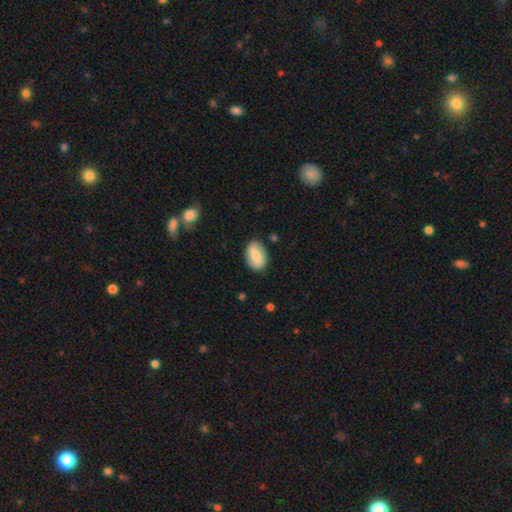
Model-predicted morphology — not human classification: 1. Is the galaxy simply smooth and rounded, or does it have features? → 76% smooth, 17% featured or disk, 7% star or artifact.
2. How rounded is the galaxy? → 89% in between, 9% round, 2% cigar-shaped.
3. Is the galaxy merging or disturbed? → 82% none, 14% minor disturbance, 3% major disturbance, 2% merger.